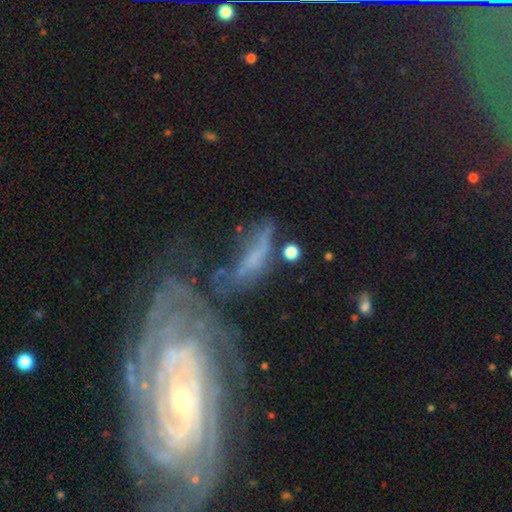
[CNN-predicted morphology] type=featured or disk (51%); edge-on=no (75%); merging=none (34%).